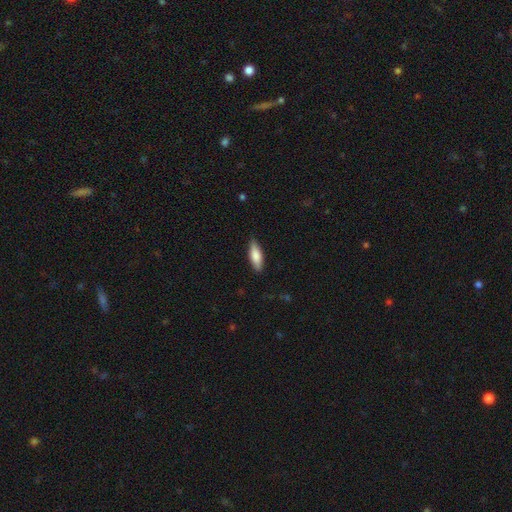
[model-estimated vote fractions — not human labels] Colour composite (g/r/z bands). It shows a smooth galaxy with no disk features (78%) that is in between round and cigar-shaped (60%). Merging: none (87%).